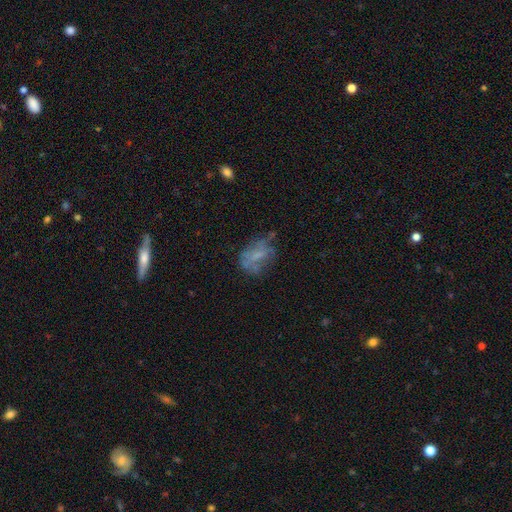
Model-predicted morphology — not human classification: A featured or disk galaxy (48%).

Vote fractions:
- Smooth or featured? featured or disk: 48% / smooth: 38% / star or artifact: 15%
- Merging? none: 48% / major disturbance: 23% / minor disturbance: 23% / merger: 5%